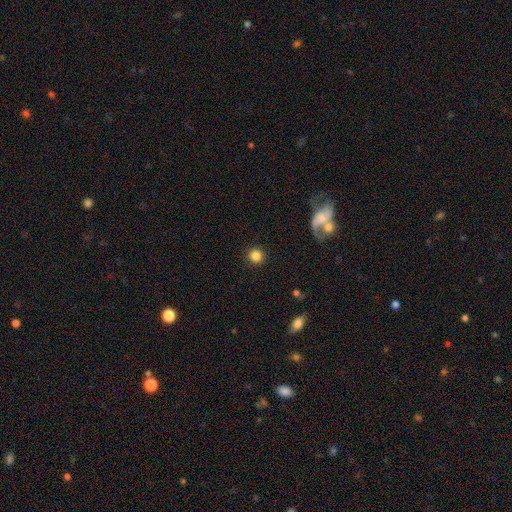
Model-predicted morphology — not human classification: A smooth galaxy with no disk features (84%) that is round (94%). Merging: none (92%).